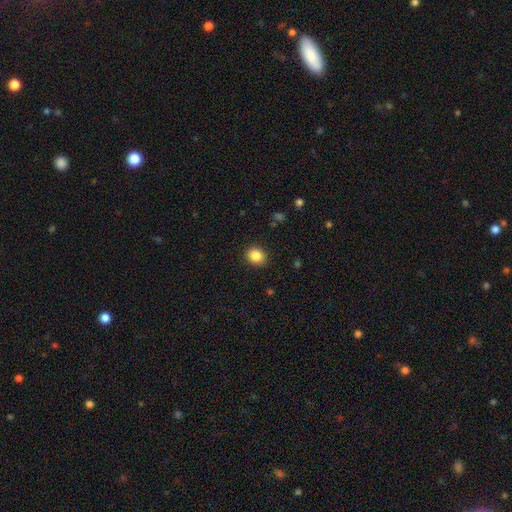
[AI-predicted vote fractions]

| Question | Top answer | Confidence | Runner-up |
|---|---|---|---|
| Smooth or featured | smooth | 86% | star or artifact (10%) |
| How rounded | round | 75% | in between (25%) |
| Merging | none | 90% | minor disturbance (7%) |